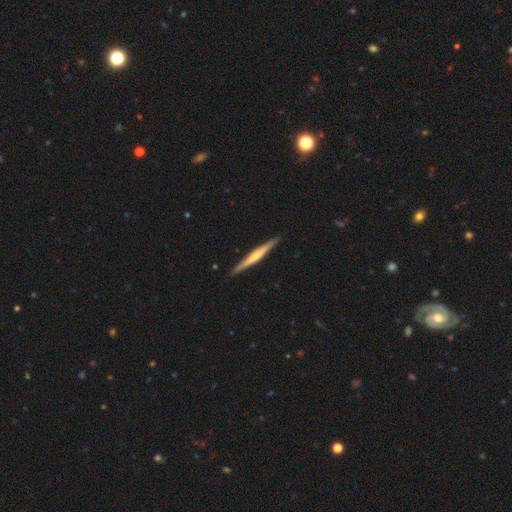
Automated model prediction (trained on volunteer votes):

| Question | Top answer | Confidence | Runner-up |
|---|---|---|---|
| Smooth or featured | featured or disk | 66% | smooth (29%) |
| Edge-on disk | yes | 98% | no (2%) |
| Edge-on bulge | rounded | 69% | none (22%) |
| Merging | none | 91% | minor disturbance (7%) |